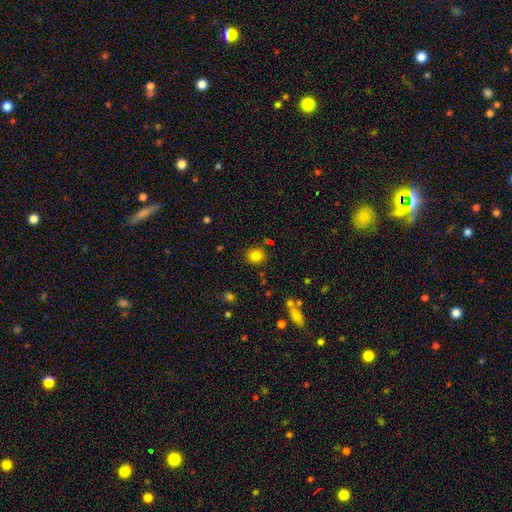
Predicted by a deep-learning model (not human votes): The model was most divided on "how rounded": round: 81%, in between: 18%, cigar-shaped: 1%. More confident: merging — none (84%); smooth or featured — smooth (82%).